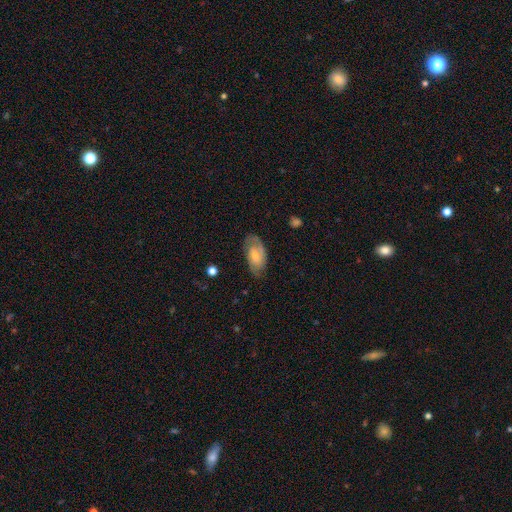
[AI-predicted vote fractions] Morphology: type=featured or disk (58%); edge-on=no (95%); bar=no (58%); spiral arms=yes (85%); bulge=small (59%); merging=none (70%).